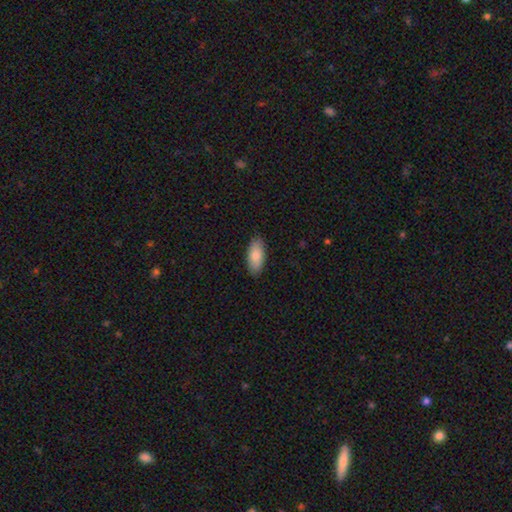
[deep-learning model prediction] Overall: smooth (83%). How rounded: in between (90%). Merging: none (88%).